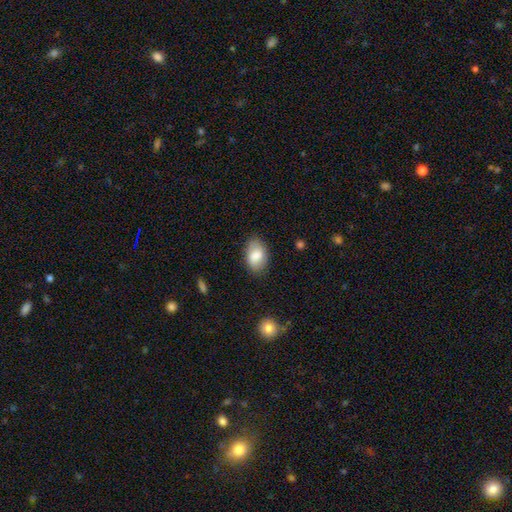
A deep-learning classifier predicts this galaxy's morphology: smooth-or-featured: smooth: 80% | featured or disk: 13% | star or artifact: 7%
  how-rounded: in between: 90% | round: 8% | cigar-shaped: 1%
  merging: none: 81% | minor disturbance: 14% | major disturbance: 3% | merger: 1%